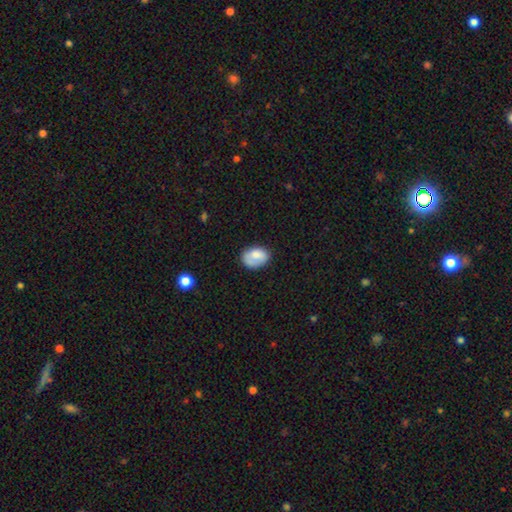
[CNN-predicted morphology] smooth_or_featured: smooth (p=0.76) [alt: featured or disk p=0.16]
how_rounded: in between (p=0.75) [alt: round p=0.24]
merging: none (p=0.63) [alt: minor disturbance p=0.26]